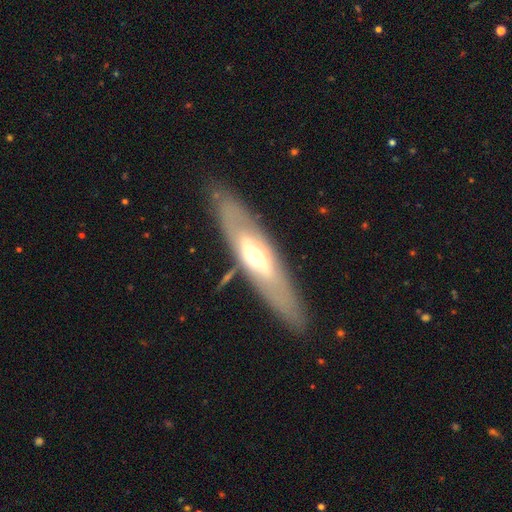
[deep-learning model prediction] A featured or disk galaxy (59%). Merging: none (82%).